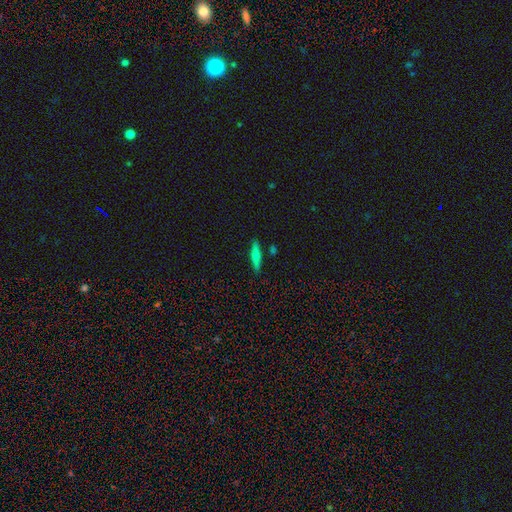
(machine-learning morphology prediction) This is likely a smooth galaxy (65%). How rounded: clearly cigar-shaped (85%). Merging: clearly none (86%).